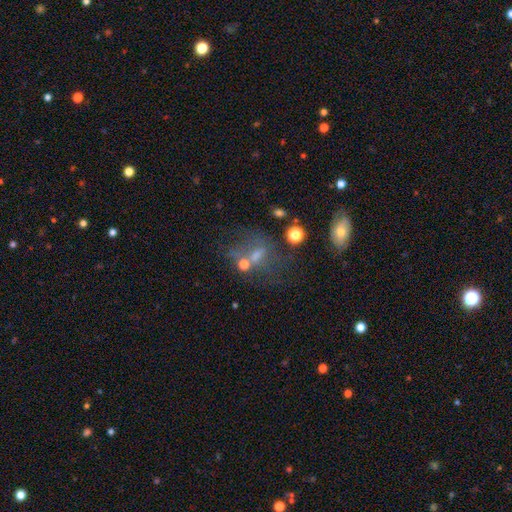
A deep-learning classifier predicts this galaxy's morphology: The model was most divided on "smooth or featured": featured or disk: 37%, smooth: 35%, star or artifact: 28%. Remaining: merging — none (43%).